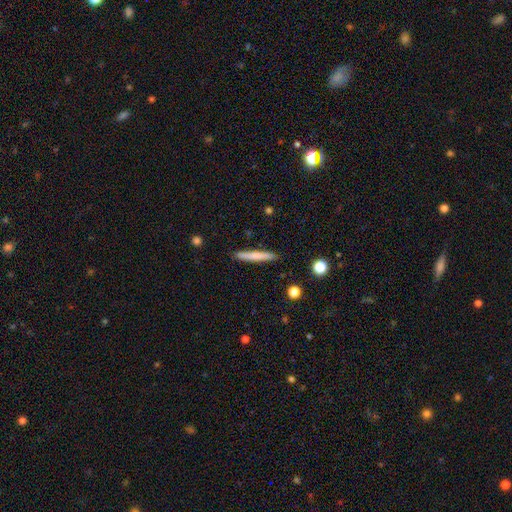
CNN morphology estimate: This is likely a smooth galaxy (70%). How rounded: clearly cigar-shaped (95%). Merging: clearly none (89%).